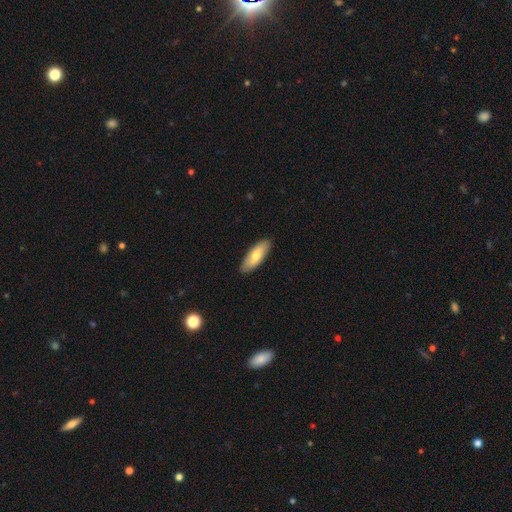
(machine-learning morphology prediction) Smooth or featured? smooth (73%)
How rounded? in between (69%)
Merging? none (89%)